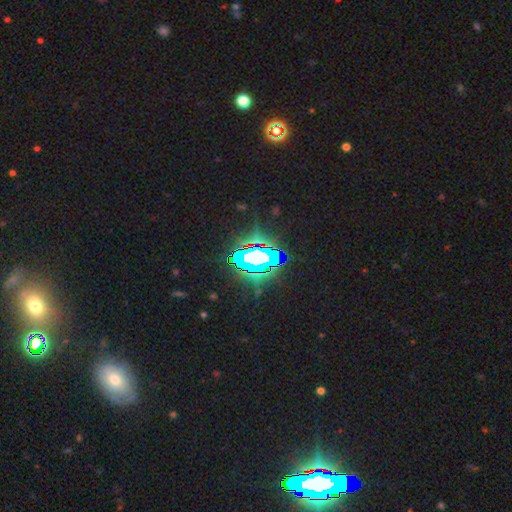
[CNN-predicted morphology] Smooth or featured? star or artifact (71%)